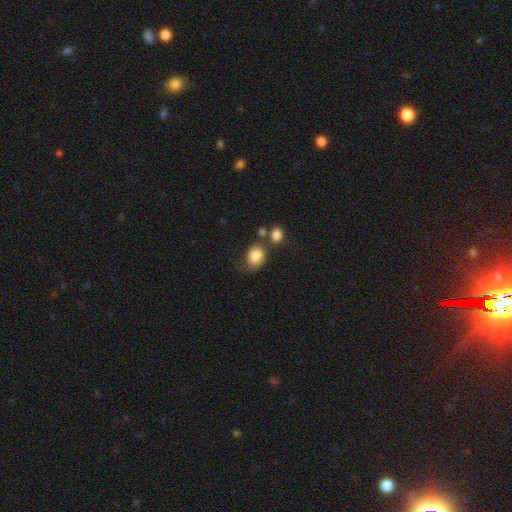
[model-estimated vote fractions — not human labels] smooth-or-featured: smooth: 81% | featured or disk: 10% | star or artifact: 8%
  how-rounded: round: 56% | in between: 43% | cigar-shaped: 1%
  merging: none: 40% | minor disturbance: 23% | merger: 22% | major disturbance: 14%